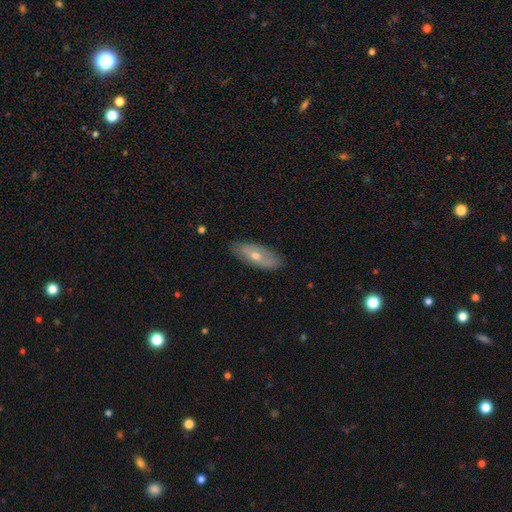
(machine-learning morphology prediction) Smooth or featured? featured or disk (49%)
Merging? none (85%)